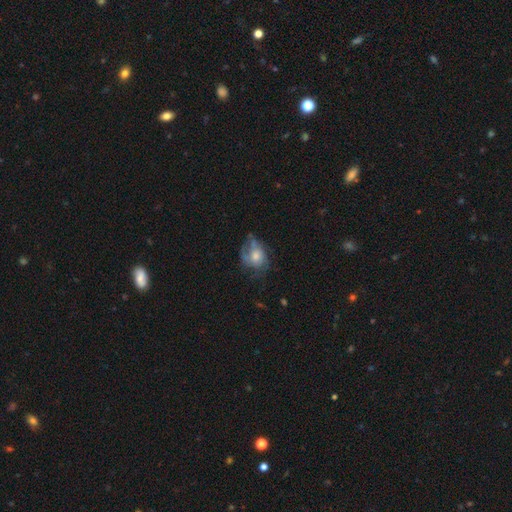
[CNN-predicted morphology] This is possibly a featured or disk galaxy (57%). It is clearly not viewed edge-on (96%). Bar: clearly no (80%). Spiral arm pattern: likely yes (71%). Central bulge: possibly moderate (53%). Merging: possibly none (48%).